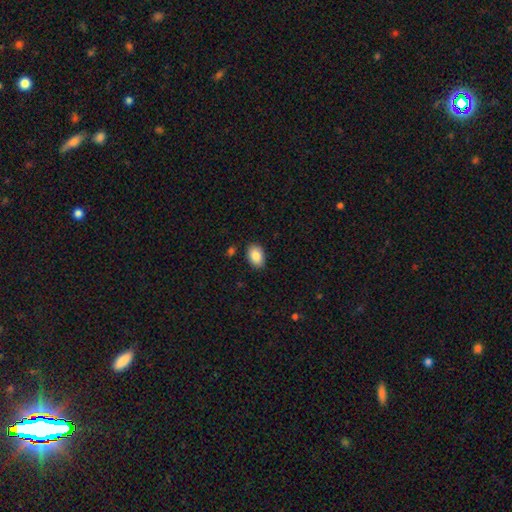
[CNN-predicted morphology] Q: Smooth or featured?
A: smooth (86%); runner-up: star or artifact (7%)
Q: How rounded?
A: in between (85%); runner-up: round (13%)
Q: Merging?
A: none (86%); runner-up: minor disturbance (10%)